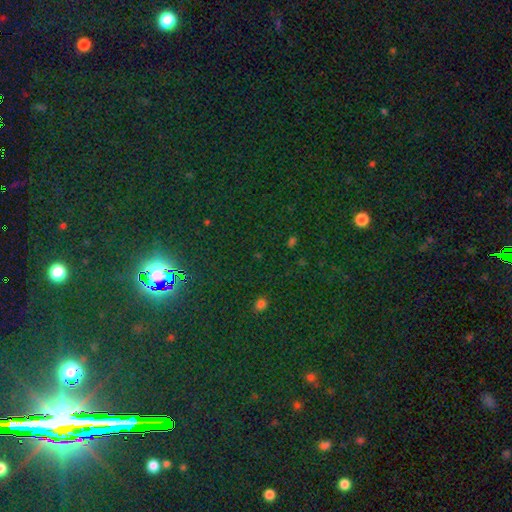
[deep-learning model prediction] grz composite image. It shows a star or artifact, not a galaxy (78%).